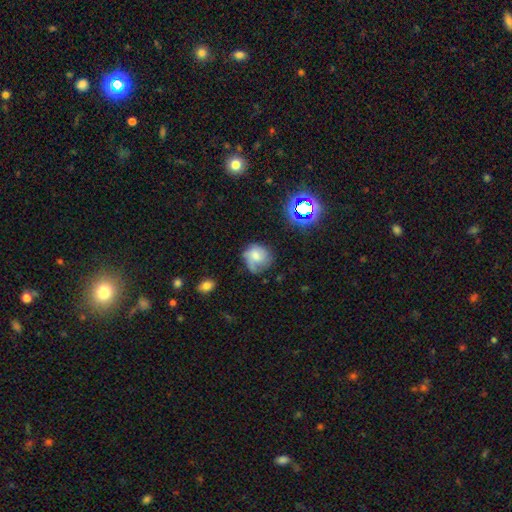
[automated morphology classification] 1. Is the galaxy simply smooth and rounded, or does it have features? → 58% smooth, 29% featured or disk, 14% star or artifact.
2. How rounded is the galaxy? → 76% round, 23% in between, 1% cigar-shaped.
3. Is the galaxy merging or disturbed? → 51% none, 30% minor disturbance, 16% major disturbance, 3% merger.